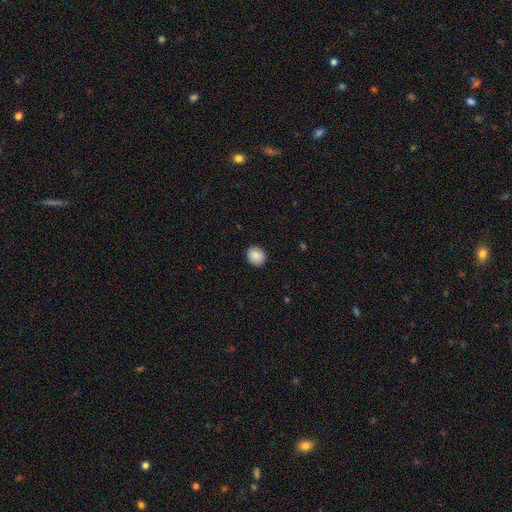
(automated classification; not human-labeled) Smooth or featured?
  - smooth: 88% *
  - star or artifact: 8%
  - featured or disk: 4%
How rounded?
  - round: 72% *
  - in between: 27%
  - cigar-shaped: 1%
Merging?
  - none: 91% *
  - minor disturbance: 7%
  - major disturbance: 2%
  - merger: 1%